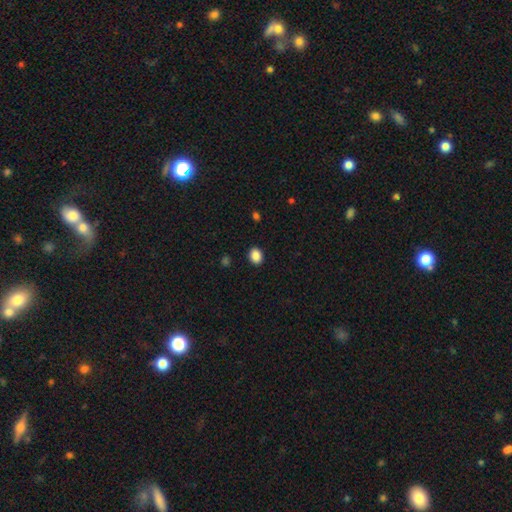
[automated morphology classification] smooth_or_featured: smooth (p=0.88) [alt: star or artifact p=0.09]
how_rounded: in between (p=0.53) [alt: round p=0.46]
merging: none (p=0.90) [alt: minor disturbance p=0.07]